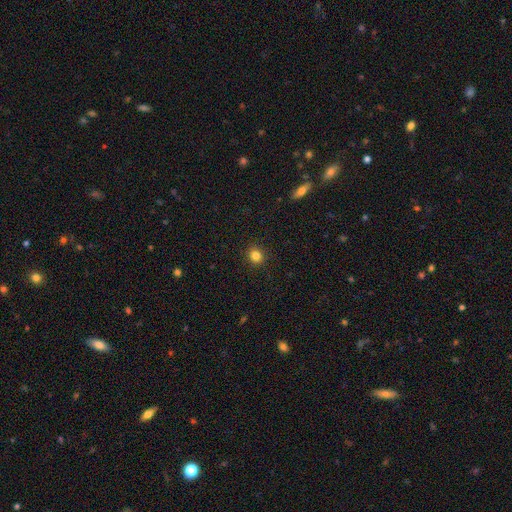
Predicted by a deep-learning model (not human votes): Q: Smooth or featured?
A: smooth (84%); runner-up: star or artifact (12%)
Q: How rounded?
A: round (80%); runner-up: in between (19%)
Q: Merging?
A: none (92%); runner-up: minor disturbance (6%)